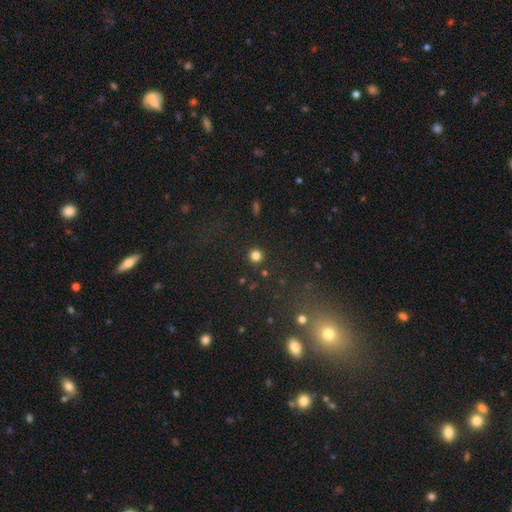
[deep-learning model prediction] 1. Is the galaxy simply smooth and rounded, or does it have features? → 81% smooth, 14% star or artifact, 5% featured or disk.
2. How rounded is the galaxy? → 94% round, 5% in between, 1% cigar-shaped.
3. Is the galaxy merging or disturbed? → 91% none, 5% minor disturbance, 2% major disturbance, 2% merger.